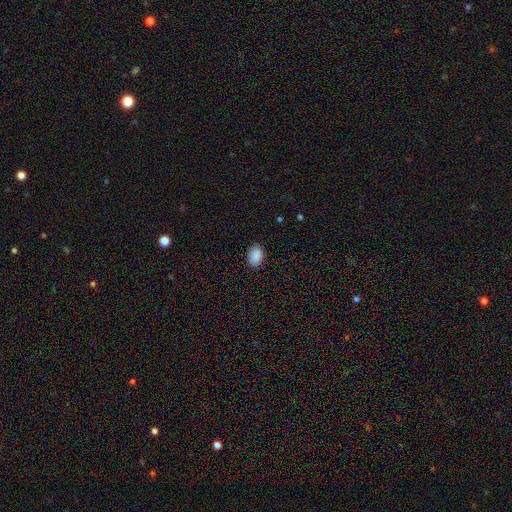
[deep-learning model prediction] Overall: smooth (89%). How rounded: in between (74%). Merging: none (87%).